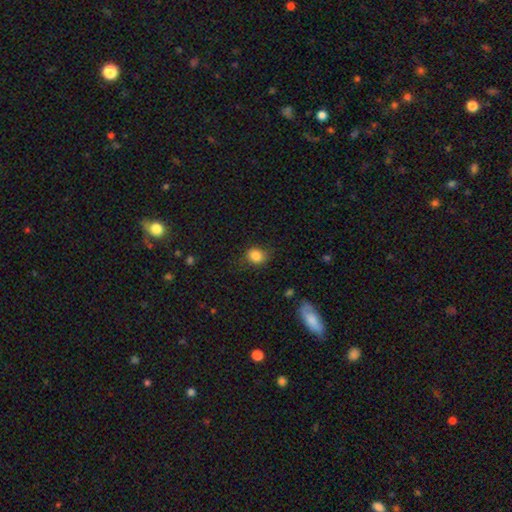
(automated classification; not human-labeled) Morphology: type=smooth (84%); roundness=round (63%); merging=none (70%).